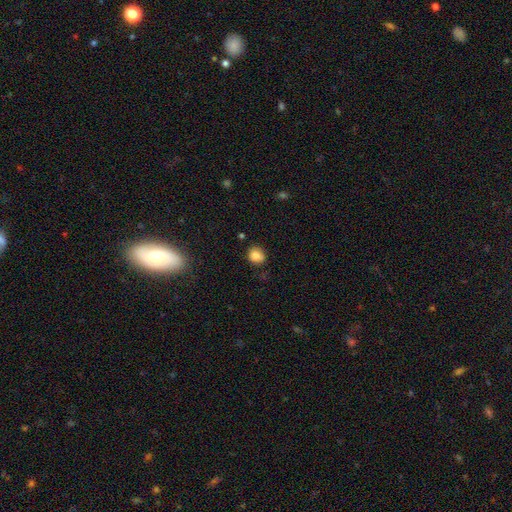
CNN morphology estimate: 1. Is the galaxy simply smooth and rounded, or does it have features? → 83% smooth, 11% star or artifact, 6% featured or disk.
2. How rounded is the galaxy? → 75% round, 24% in between, 1% cigar-shaped.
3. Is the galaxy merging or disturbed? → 74% none, 18% minor disturbance, 4% merger, 4% major disturbance.